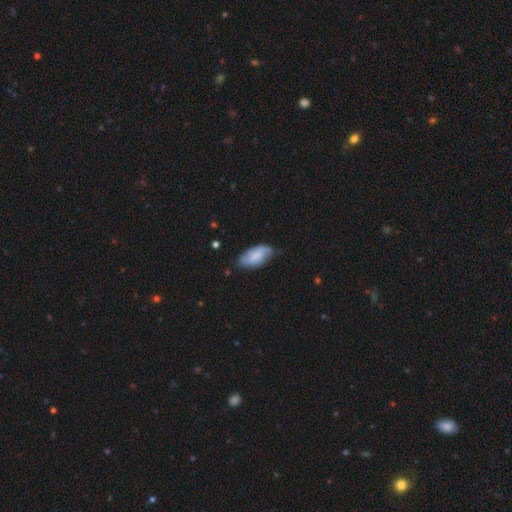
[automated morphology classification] Overall: smooth (65%; featured or disk 28%). How rounded: in between (92%). Merging: none (63%; minor disturbance 29%).